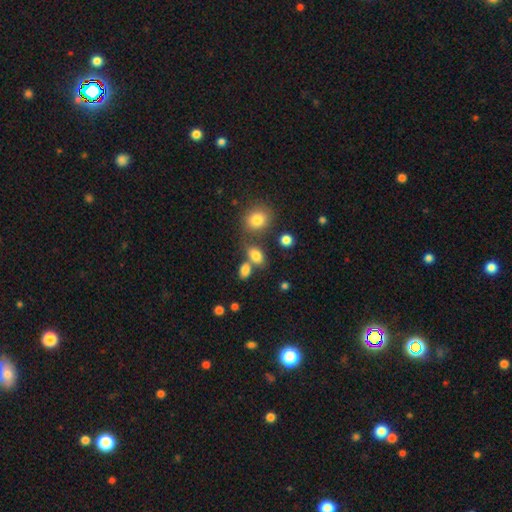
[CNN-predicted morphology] smooth_or_featured: smooth (p=0.80) [alt: star or artifact p=0.11]
how_rounded: in between (p=0.80) [alt: round p=0.17]
merging: none (p=0.53) [alt: merger p=0.29]